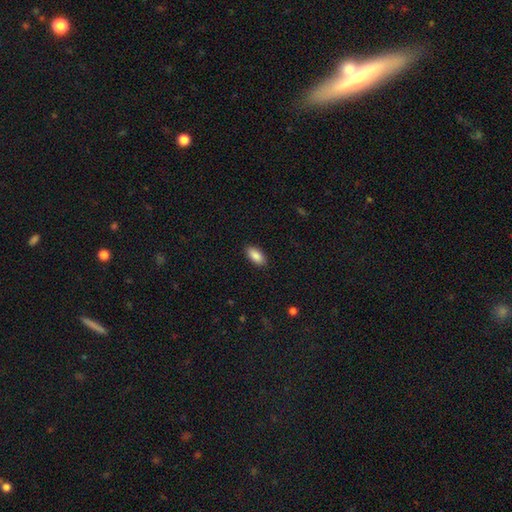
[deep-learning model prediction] Smooth or featured?
  - smooth: 89% *
  - star or artifact: 7%
  - featured or disk: 4%
How rounded?
  - in between: 91% *
  - cigar-shaped: 7%
  - round: 2%
Merging?
  - none: 90% *
  - minor disturbance: 8%
  - major disturbance: 2%
  - merger: 1%